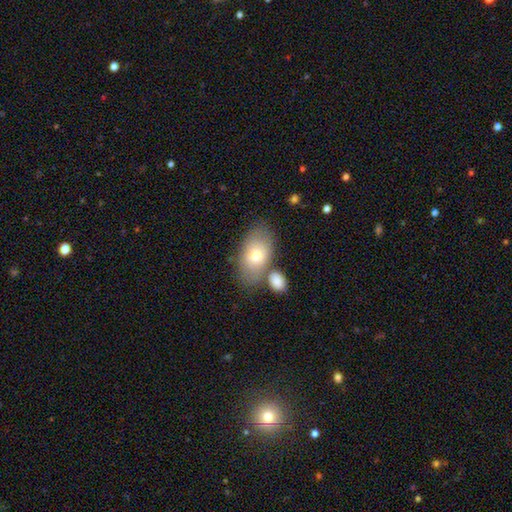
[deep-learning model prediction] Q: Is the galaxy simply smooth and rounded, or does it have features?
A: smooth — 72%.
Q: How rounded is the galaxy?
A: in between — 89%.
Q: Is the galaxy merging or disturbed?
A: none — 59%.